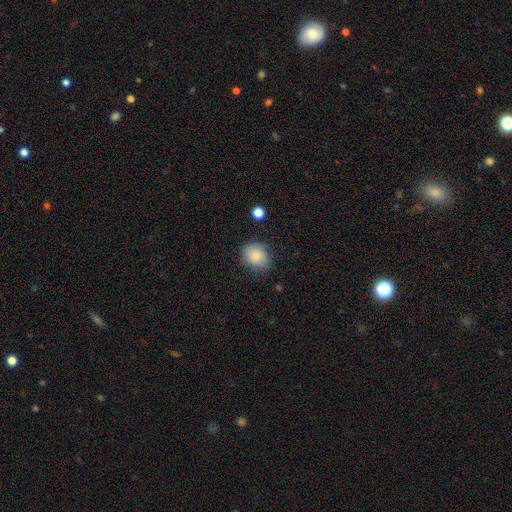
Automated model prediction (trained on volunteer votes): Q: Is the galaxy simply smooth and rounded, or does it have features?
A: smooth — 81%.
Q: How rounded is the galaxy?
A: round — 60%.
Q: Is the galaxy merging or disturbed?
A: none — 75%.